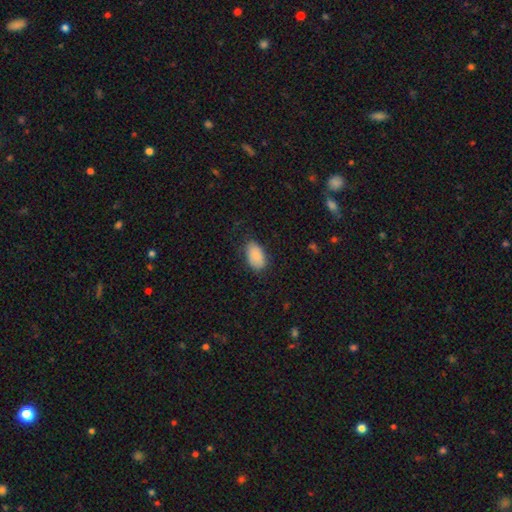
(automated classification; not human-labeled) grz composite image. It shows a smooth galaxy with no disk features (84%) that is in between round and cigar-shaped (93%). Merging: none (77%).